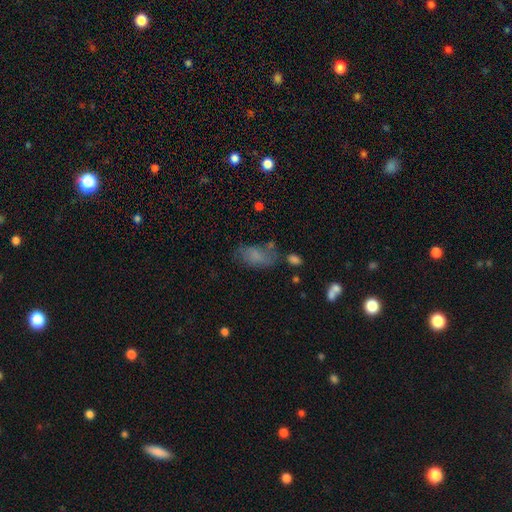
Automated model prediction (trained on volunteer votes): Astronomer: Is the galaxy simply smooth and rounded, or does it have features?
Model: smooth — 69%.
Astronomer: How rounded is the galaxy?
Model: in between — 90%.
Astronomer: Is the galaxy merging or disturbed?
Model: none — 53%.